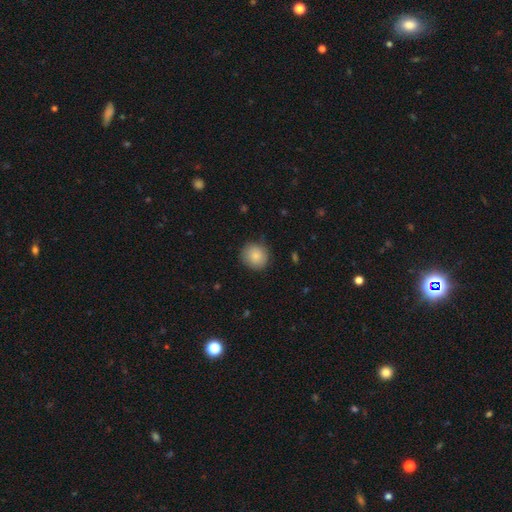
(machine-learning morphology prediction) Q: Smooth or featured?
A: smooth (86%); runner-up: star or artifact (7%)
Q: How rounded?
A: round (87%); runner-up: in between (12%)
Q: Merging?
A: none (83%); runner-up: minor disturbance (13%)